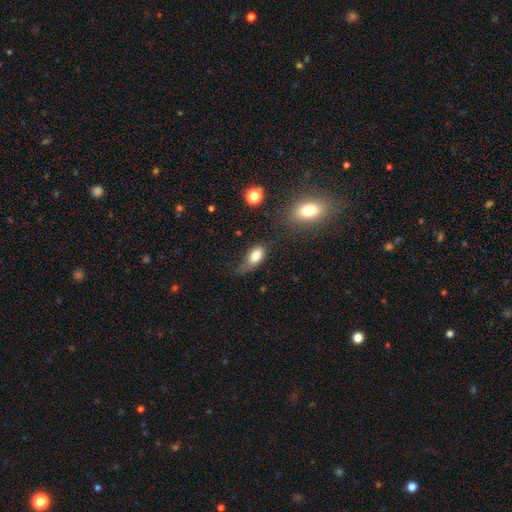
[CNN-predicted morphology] Q: Smooth or featured?
A: smooth (80%); runner-up: featured or disk (11%)
Q: How rounded?
A: in between (89%); runner-up: round (6%)
Q: Merging?
A: none (41%); runner-up: minor disturbance (36%)